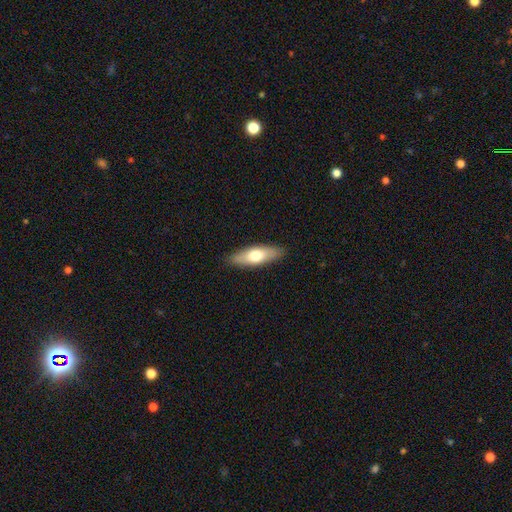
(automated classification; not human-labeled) Smooth or featured? Predicted: smooth (p=0.66). How rounded? Predicted: in between (p=0.52). Merging? Predicted: none (p=0.88).